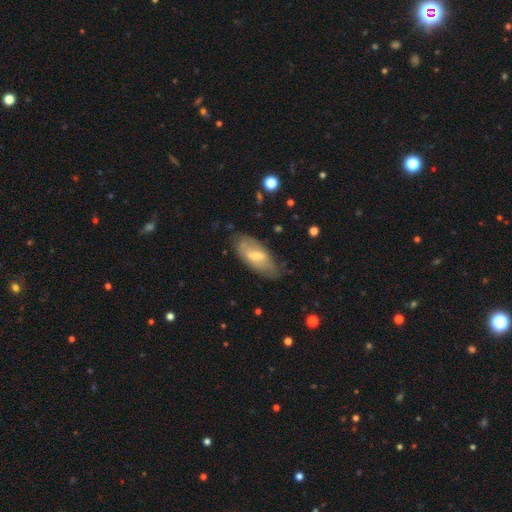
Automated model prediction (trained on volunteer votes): This appears to be a featured or disk galaxy (48%). Merging: none (70%).